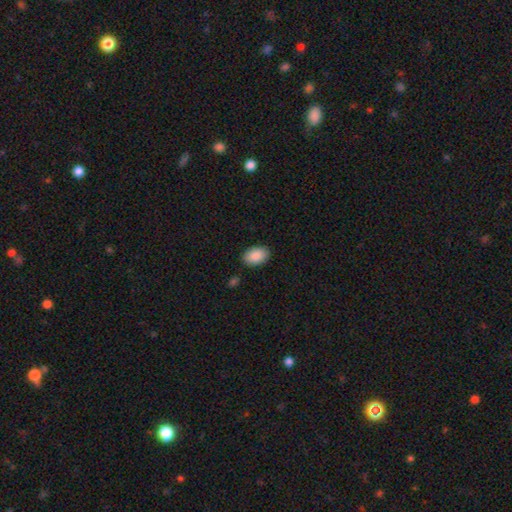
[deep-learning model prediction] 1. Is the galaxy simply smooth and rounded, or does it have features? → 90% smooth, 6% star or artifact, 4% featured or disk.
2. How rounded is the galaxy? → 90% in between, 8% round, 1% cigar-shaped.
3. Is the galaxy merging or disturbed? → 87% none, 9% minor disturbance, 2% major disturbance, 2% merger.